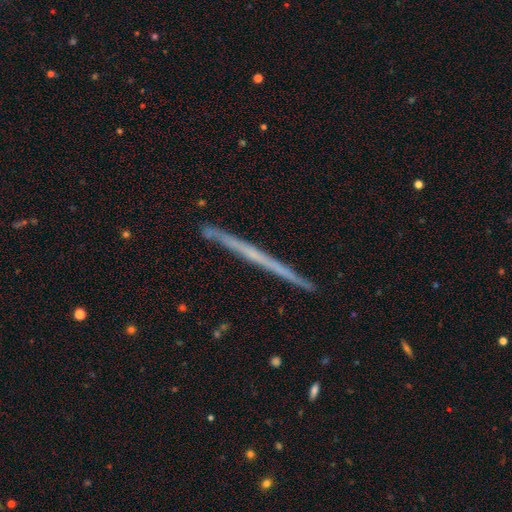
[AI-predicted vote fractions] Morphology: type=featured or disk (66%); edge-on=yes (98%); edge-on bulge=none (85%); merging=none (92%).